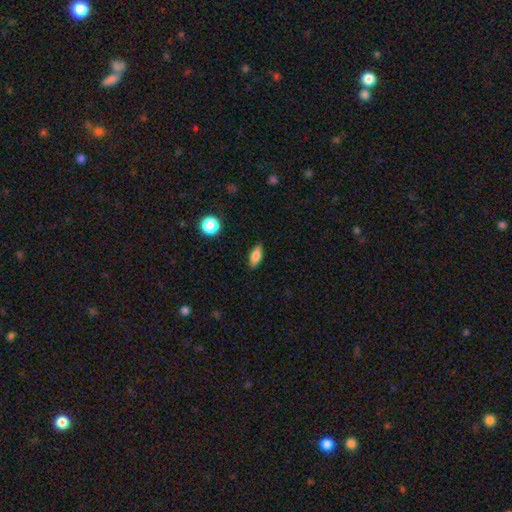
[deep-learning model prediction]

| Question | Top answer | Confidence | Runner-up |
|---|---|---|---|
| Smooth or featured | smooth | 80% | featured or disk (12%) |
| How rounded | in between | 72% | cigar-shaped (23%) |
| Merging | none | 86% | minor disturbance (10%) |